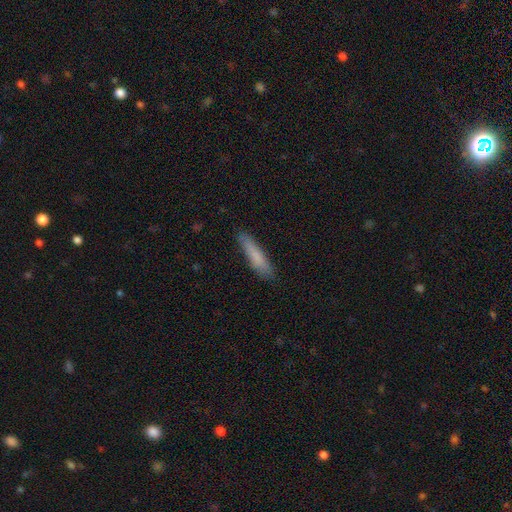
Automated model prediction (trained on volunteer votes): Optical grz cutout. It shows a smooth galaxy with no disk features (78%) that is cigar-shaped (85%). Merging: none (84%).